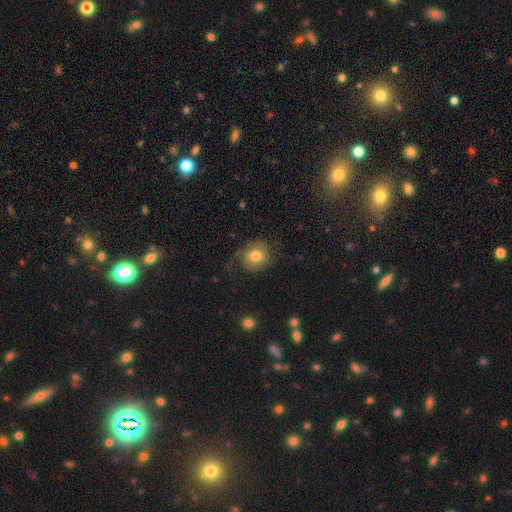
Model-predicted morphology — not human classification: This appears to be a smooth galaxy with no disk features (52%) that is round (77%). Merging: none (67%).